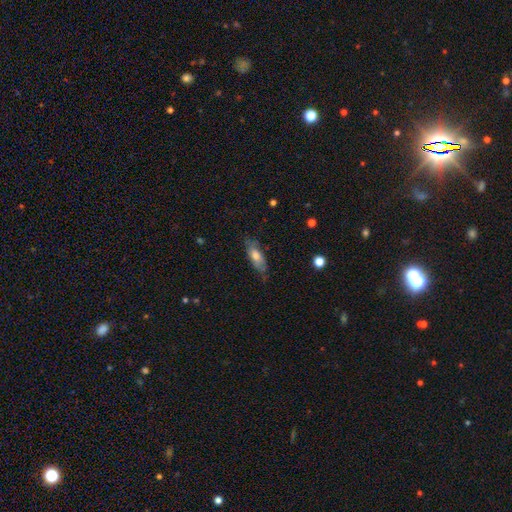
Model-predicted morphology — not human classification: A smooth galaxy with no disk features (60%) that is in between round and cigar-shaped (67%).

Vote fractions:
- Smooth or featured? smooth: 60% / featured or disk: 33% / star or artifact: 7%
- How rounded? in between: 67% / cigar-shaped: 31% / round: 3%
- Merging? none: 67% / minor disturbance: 25% / major disturbance: 6% / merger: 2%